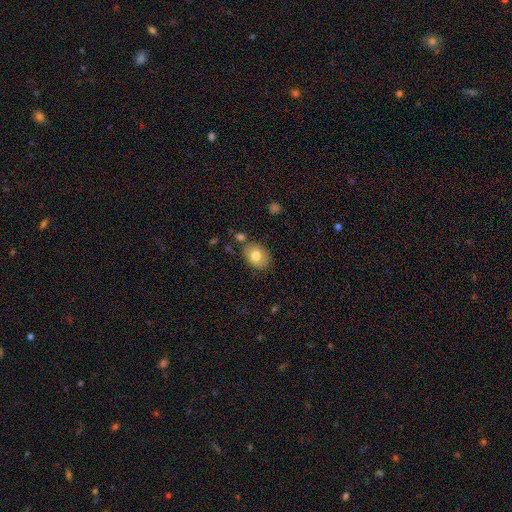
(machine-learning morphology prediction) Smooth or featured?
  - smooth: 77% *
  - featured or disk: 16%
  - star or artifact: 8%
How rounded?
  - in between: 70% *
  - round: 29%
  - cigar-shaped: 1%
Merging?
  - none: 77% *
  - minor disturbance: 14%
  - merger: 6%
  - major disturbance: 3%